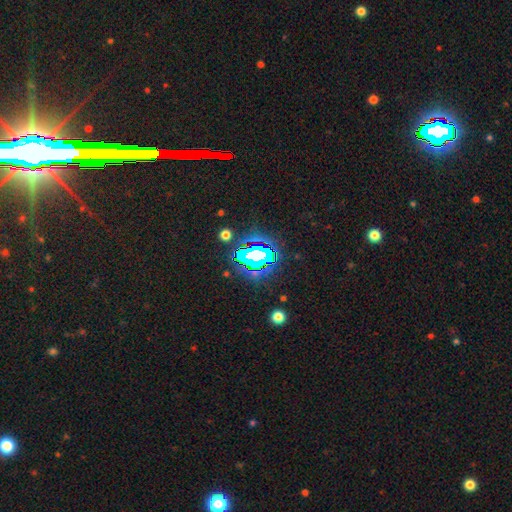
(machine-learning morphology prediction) type=star or artifact (64%).